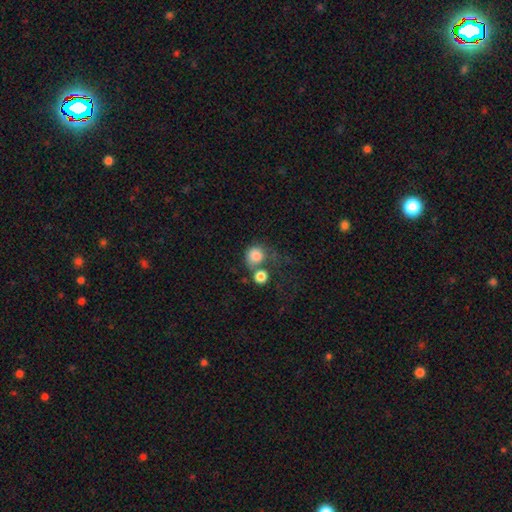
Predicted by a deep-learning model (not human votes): smooth 81%, star or artifact 10%, featured or disk 10%. Down the decision tree: how rounded — round (83%); merging — none (39%).